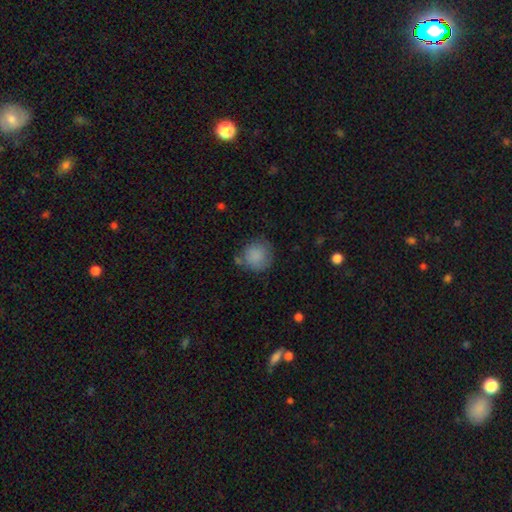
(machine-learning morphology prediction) smooth_or_featured: smooth (p=0.86) [alt: star or artifact p=0.08]
how_rounded: round (p=0.91) [alt: in between p=0.08]
merging: none (p=0.69) [alt: minor disturbance p=0.19]